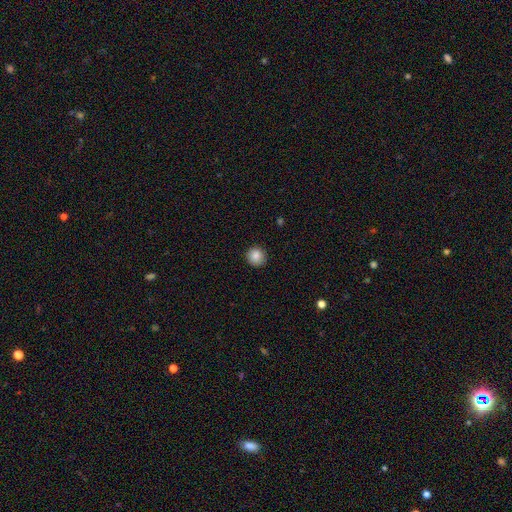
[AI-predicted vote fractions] smooth_or_featured: smooth (p=0.87) [alt: star or artifact p=0.09]
how_rounded: round (p=0.93) [alt: in between p=0.06]
merging: none (p=0.91) [alt: minor disturbance p=0.06]